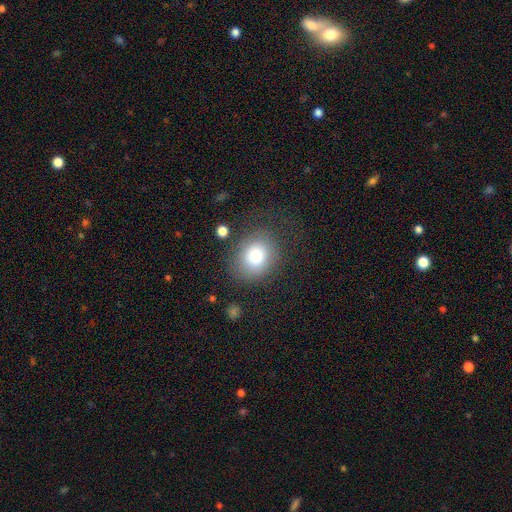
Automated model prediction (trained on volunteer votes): smooth 78%, featured or disk 12%, star or artifact 10%. Down the decision tree: how rounded — round (65%); merging — none (70%).